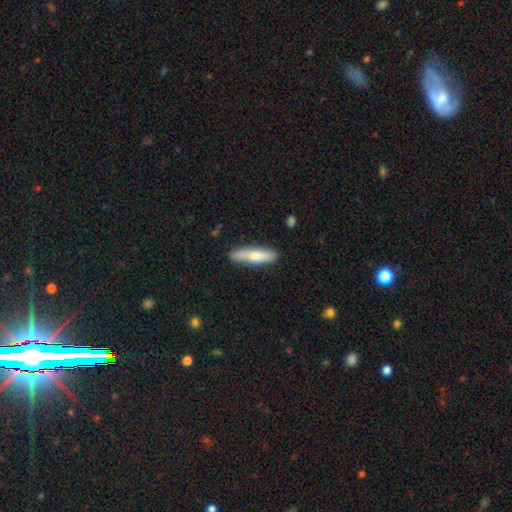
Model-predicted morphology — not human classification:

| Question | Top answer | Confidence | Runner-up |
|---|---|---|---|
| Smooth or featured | smooth | 72% | featured or disk (23%) |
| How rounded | cigar-shaped | 80% | in between (19%) |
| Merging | none | 80% | minor disturbance (15%) |